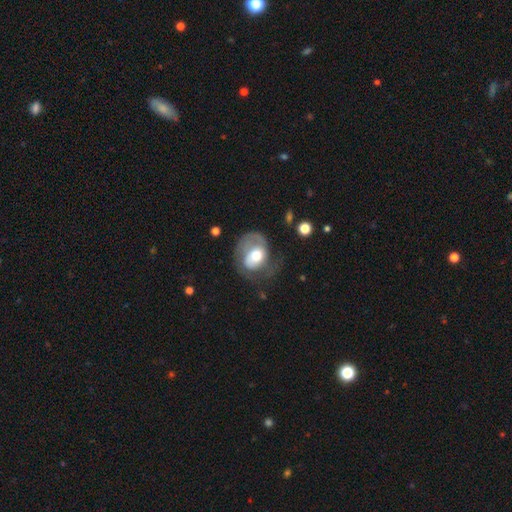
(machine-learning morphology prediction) smooth-or-featured: featured or disk: 57% | smooth: 36% | star or artifact: 7%
  disk-edge-on: no: 97% | yes: 3%
    bar: no: 70% | weak: 24% | strong: 7%
    has-spiral-arms: yes: 70% | no: 30%
    bulge-size: moderate: 53% | large: 33% | small: 9% | dominant: 4% | none: 2%
  merging: none: 39% | major disturbance: 35% | minor disturbance: 24% | merger: 2%